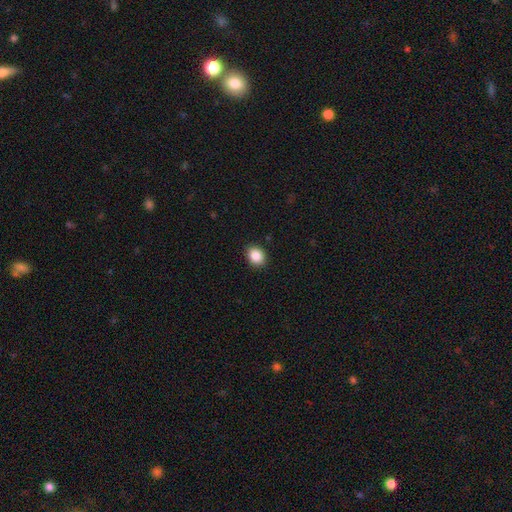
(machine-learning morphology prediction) This appears to be a smooth galaxy with no disk features (87%) that is round (50%). Merging: none (90%).